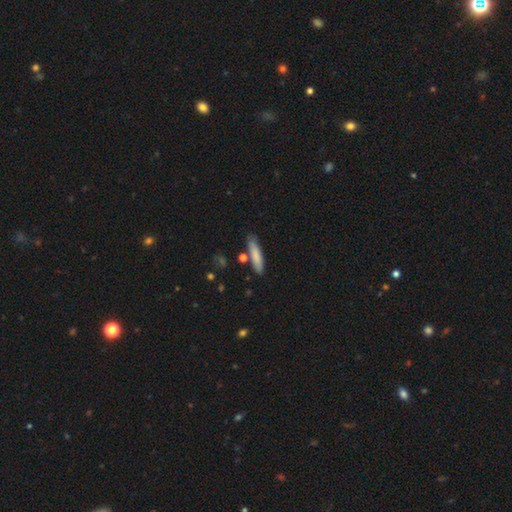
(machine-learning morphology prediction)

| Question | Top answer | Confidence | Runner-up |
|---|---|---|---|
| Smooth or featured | smooth | 81% | featured or disk (13%) |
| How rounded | cigar-shaped | 78% | in between (20%) |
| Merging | none | 79% | minor disturbance (13%) |